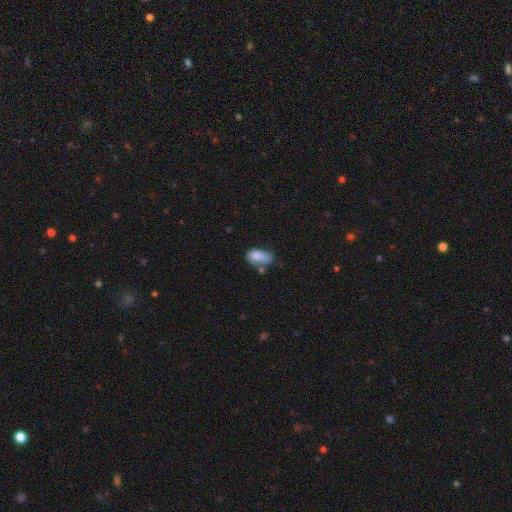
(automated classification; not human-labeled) The model was most divided on "merging": none: 37%, minor disturbance: 31%, merger: 18%, major disturbance: 14%. More confident: how rounded — in between (90%); smooth or featured — smooth (80%).